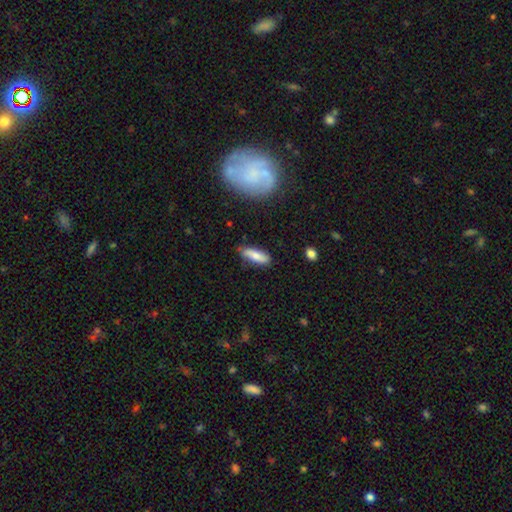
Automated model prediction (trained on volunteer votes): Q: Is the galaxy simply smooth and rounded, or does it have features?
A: smooth — 71%.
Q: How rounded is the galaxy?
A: in between — 59%.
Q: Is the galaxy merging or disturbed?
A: none — 72%.